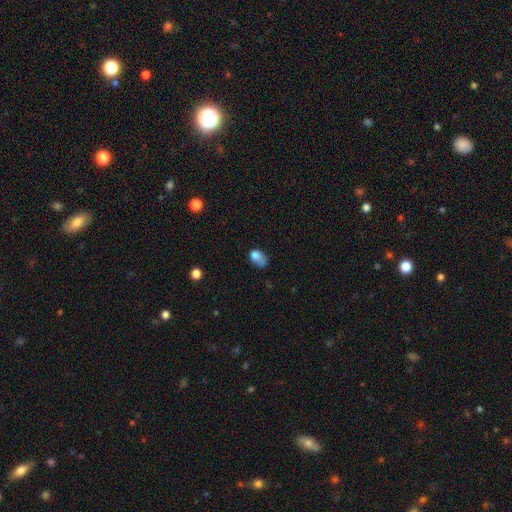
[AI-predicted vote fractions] Q: Smooth or featured?
A: smooth (74%); runner-up: featured or disk (15%)
Q: How rounded?
A: in between (72%); runner-up: round (27%)
Q: Merging?
A: none (32%); runner-up: minor disturbance (31%)